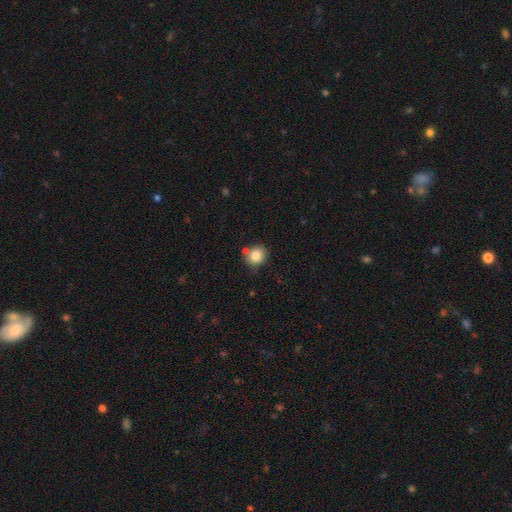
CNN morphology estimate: smooth 82%, star or artifact 10%, featured or disk 8%. Down the decision tree: how rounded — round (79%); merging — none (70%).